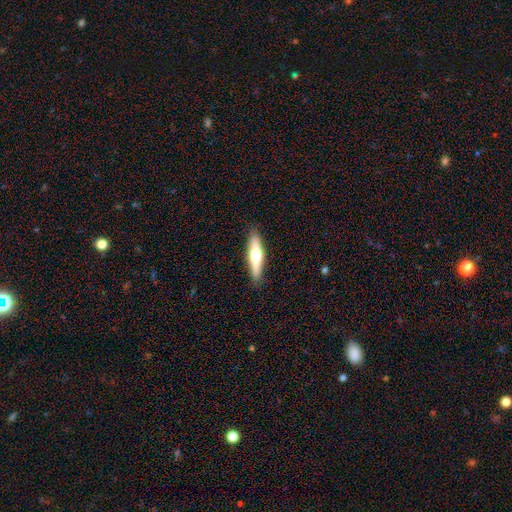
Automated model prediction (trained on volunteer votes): Morphology: type=smooth (49%); merging=none (89%).